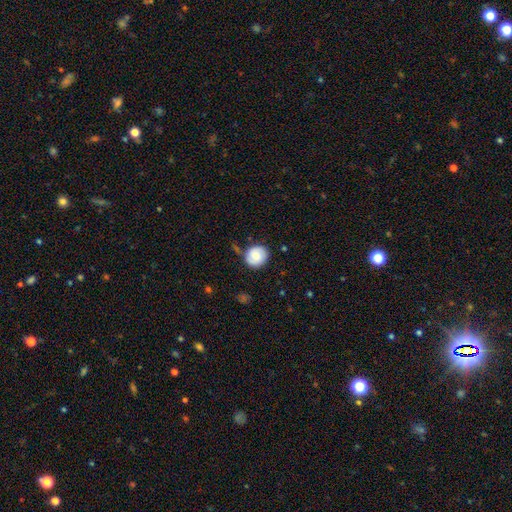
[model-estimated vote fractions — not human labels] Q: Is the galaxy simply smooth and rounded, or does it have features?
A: smooth — 74%.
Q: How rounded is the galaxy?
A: round — 84%.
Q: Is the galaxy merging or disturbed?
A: none — 69%.